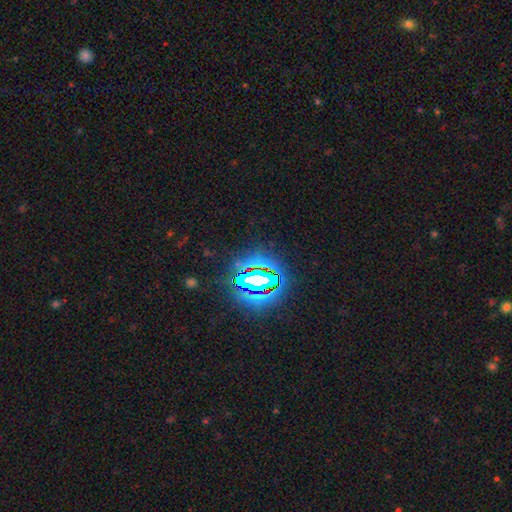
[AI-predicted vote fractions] A star or artifact, not a galaxy (82%).